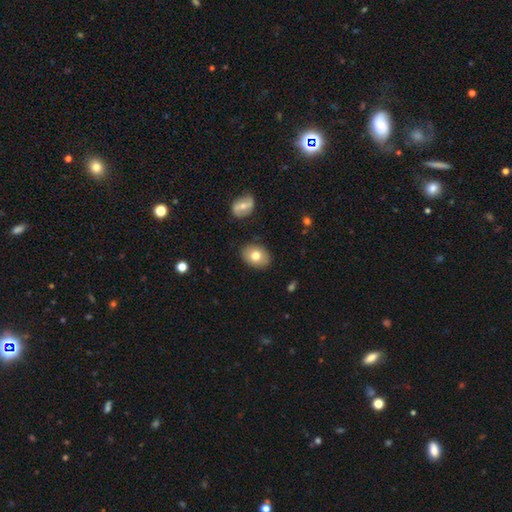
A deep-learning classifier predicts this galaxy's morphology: Smooth or featured?
  - smooth: 74% *
  - featured or disk: 18%
  - star or artifact: 8%
How rounded?
  - in between: 71% *
  - round: 28%
  - cigar-shaped: 1%
Merging?
  - none: 86% *
  - minor disturbance: 10%
  - major disturbance: 2%
  - merger: 2%